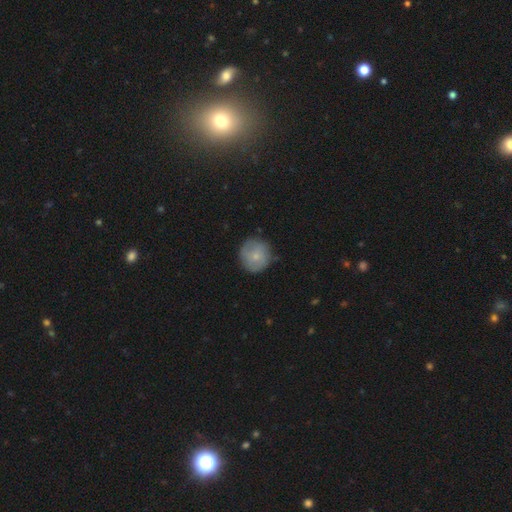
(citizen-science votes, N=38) Smooth or featured?
  - smooth: 79% *
  - featured or disk: 18%
  - star or artifact: 3%
How rounded?
  - round: 93% *
  - in between: 3%
  - cigar-shaped: 3%
Merging?
  - none: 92% *
  - minor disturbance: 5%
  - merger: 3%
  - major disturbance: 0%